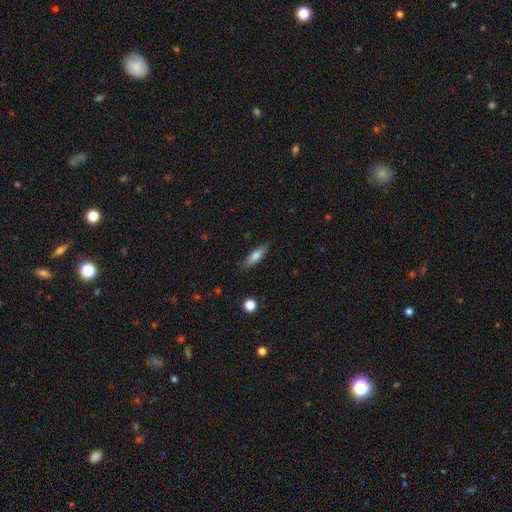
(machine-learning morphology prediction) This is likely a smooth galaxy (69%). How rounded: likely cigar-shaped (65%). Merging: clearly none (84%).